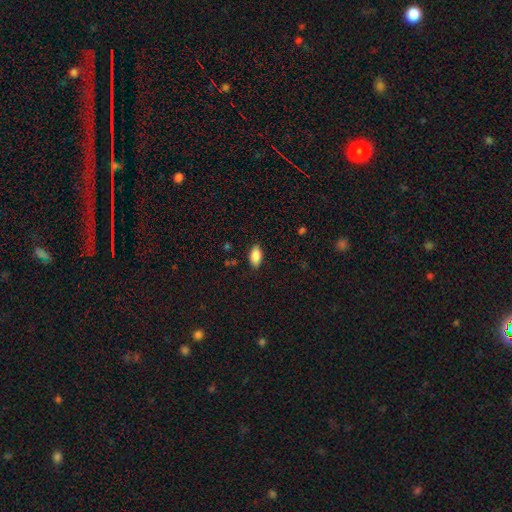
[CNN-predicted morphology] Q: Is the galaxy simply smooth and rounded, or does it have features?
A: smooth — 86%.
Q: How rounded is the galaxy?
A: in between — 92%.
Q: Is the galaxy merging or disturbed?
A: none — 85%.